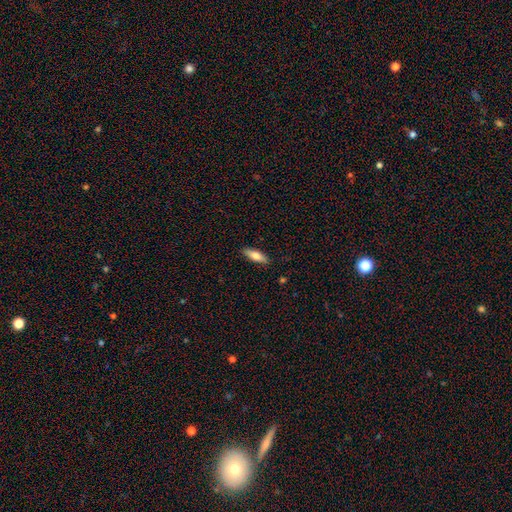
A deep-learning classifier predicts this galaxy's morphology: type=smooth (70%); roundness=in between (50%); merging=none (89%).